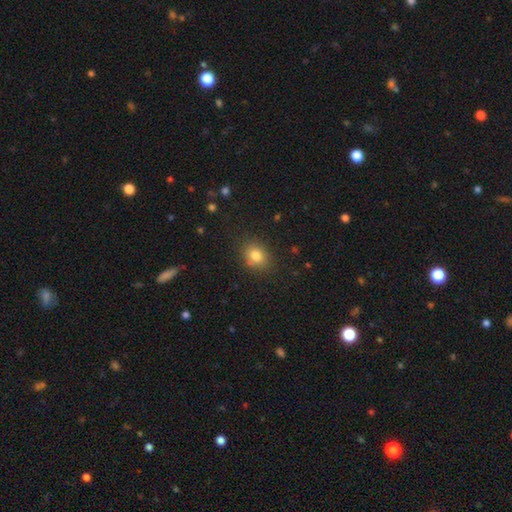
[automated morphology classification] Q: Smooth or featured?
A: smooth (81%); runner-up: star or artifact (11%)
Q: How rounded?
A: round (51%); runner-up: in between (48%)
Q: Merging?
A: none (83%); runner-up: minor disturbance (12%)